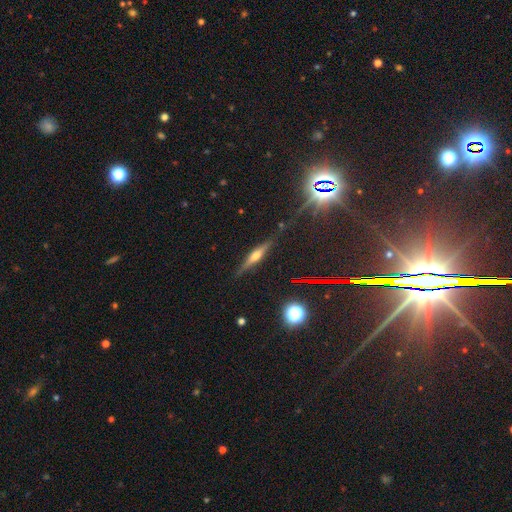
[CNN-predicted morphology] This appears to be a featured or disk galaxy (63%) viewed edge-on (95%) with a rounded central bulge (84%). Merging: none (85%).